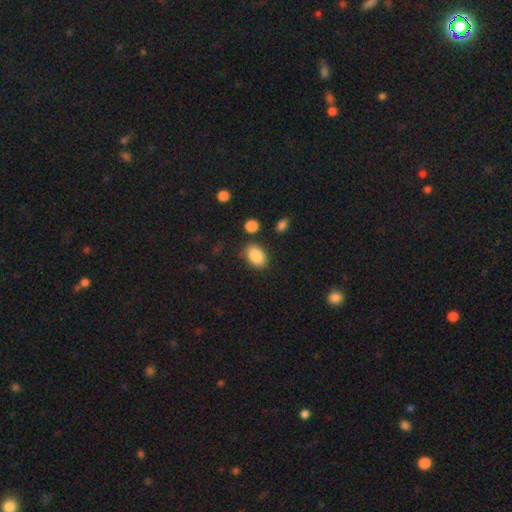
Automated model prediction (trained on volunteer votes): Smooth or featured? smooth (88%)
How rounded? in between (86%)
Merging? none (82%)